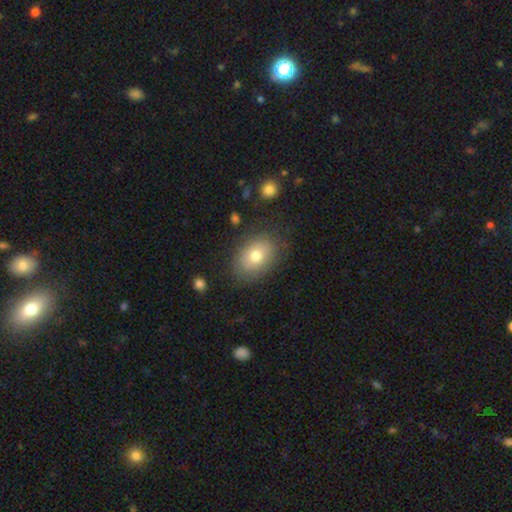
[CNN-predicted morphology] Smooth or featured: smooth — 74% (featured or disk — 17%)
How rounded: in between — 77% (round — 22%)
Merging: none — 80% (minor disturbance — 13%)